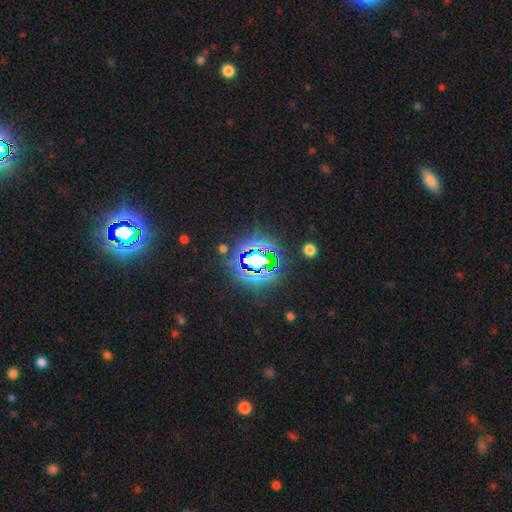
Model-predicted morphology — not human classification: Smooth or featured? Predicted: star or artifact (p=0.77).